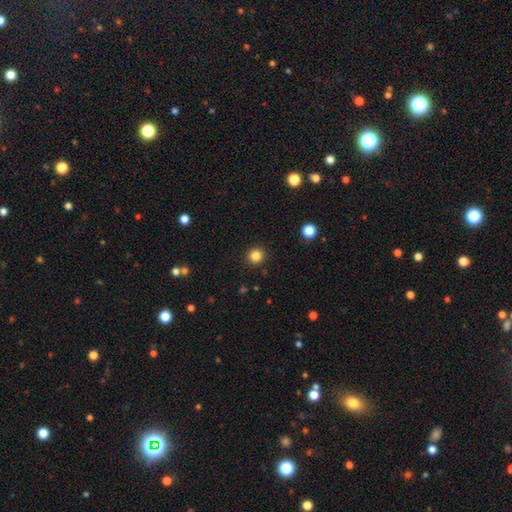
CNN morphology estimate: Smooth or featured? Predicted: smooth (p=0.83). How rounded? Predicted: round (p=0.94). Merging? Predicted: none (p=0.92).